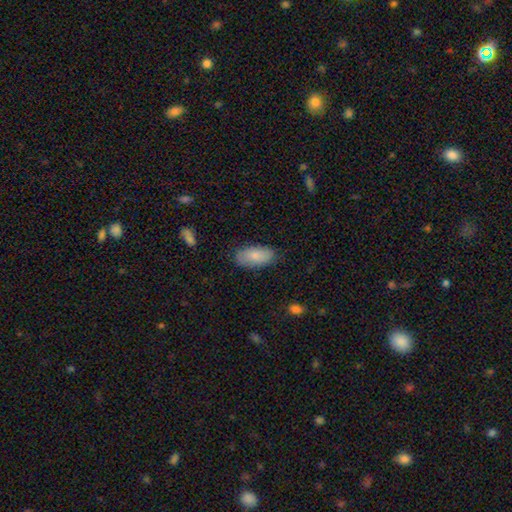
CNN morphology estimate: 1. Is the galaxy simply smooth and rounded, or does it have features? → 79% smooth, 15% featured or disk, 6% star or artifact.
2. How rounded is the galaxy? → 93% in between, 5% cigar-shaped, 3% round.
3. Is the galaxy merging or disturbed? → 80% none, 16% minor disturbance, 3% major disturbance, 1% merger.